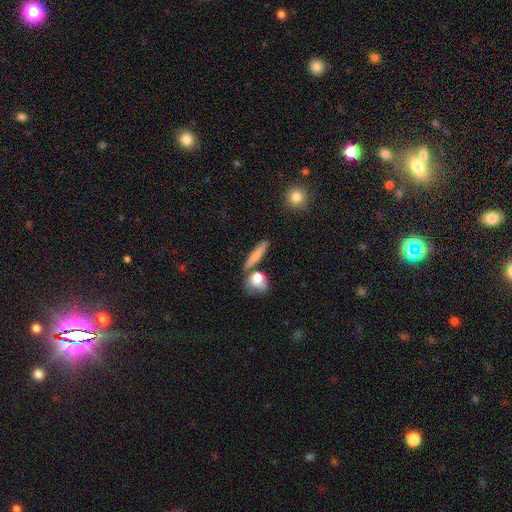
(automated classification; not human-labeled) smooth 69%, featured or disk 23%, star or artifact 8%. Down the decision tree: how rounded — cigar-shaped (65%); merging — none (71%).